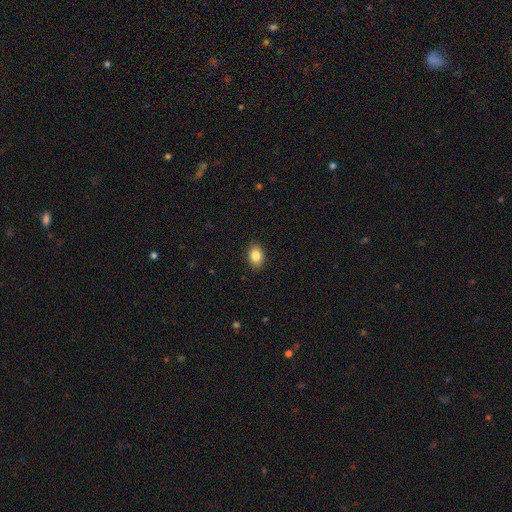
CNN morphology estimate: The model was most divided on "how rounded": in between: 79%, round: 20%, cigar-shaped: 1%. More confident: merging — none (89%); smooth or featured — smooth (85%).